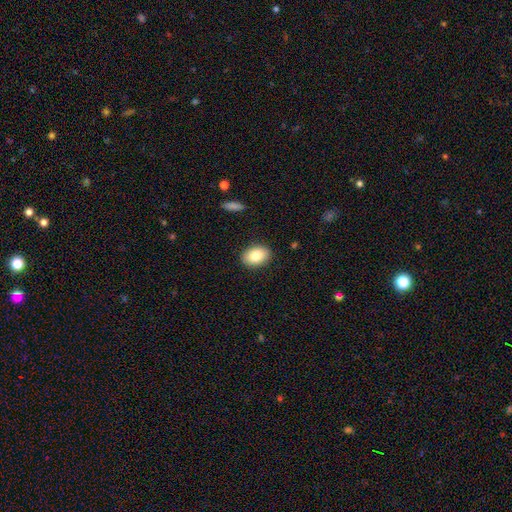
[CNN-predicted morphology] Q: Smooth or featured?
A: smooth (83%); runner-up: featured or disk (10%)
Q: How rounded?
A: in between (82%); runner-up: round (17%)
Q: Merging?
A: none (89%); runner-up: minor disturbance (8%)